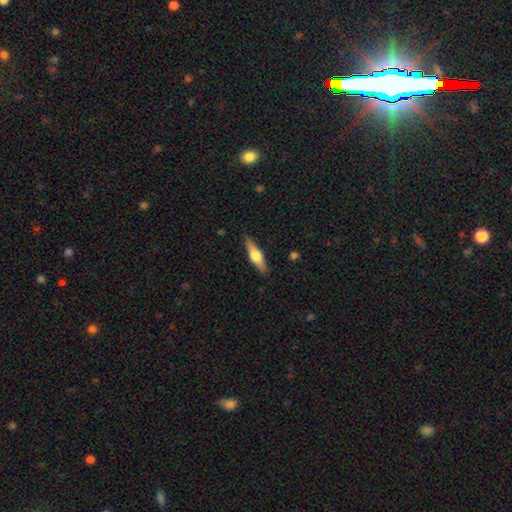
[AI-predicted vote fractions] Smooth or featured? featured or disk (50%)
Edge-on disk? yes (93%)
Merging? none (87%)